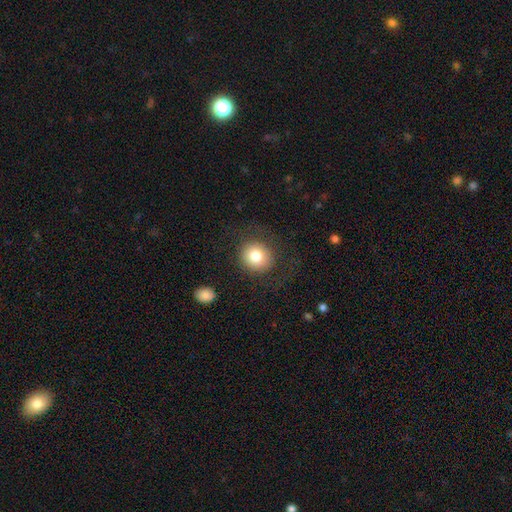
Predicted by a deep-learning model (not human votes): This is clearly a smooth galaxy (80%). How rounded: clearly round (87%). Merging: clearly none (81%).